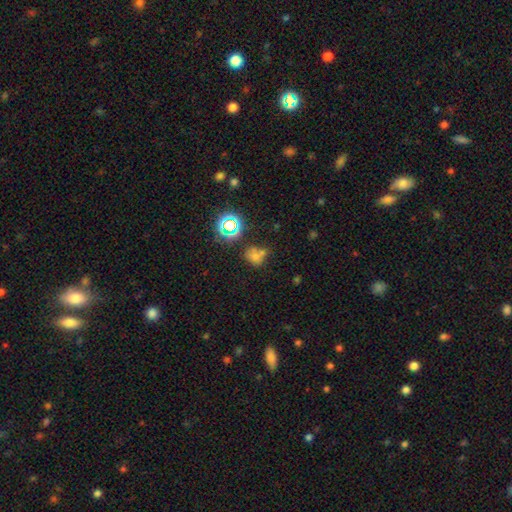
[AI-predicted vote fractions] Morphology: type=smooth (60%); roundness=round (65%); merging=none (46%).